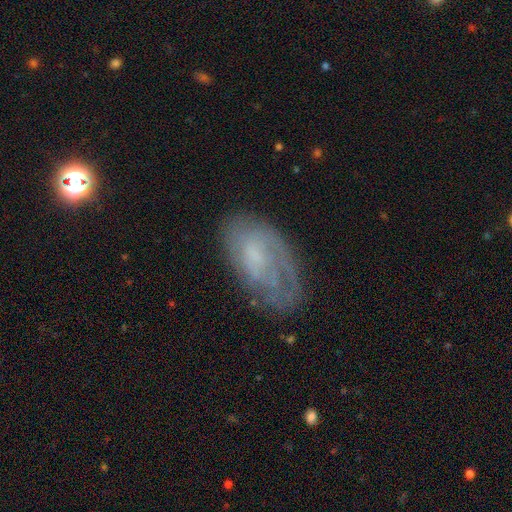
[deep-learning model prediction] Q: Smooth or featured?
A: featured or disk (55%); runner-up: smooth (37%)
Q: Edge-on disk?
A: no (94%); runner-up: yes (6%)
Q: Bar?
A: no (69%); runner-up: weak (27%)
Q: Spiral arms?
A: yes (63%); runner-up: no (37%)
Q: Bulge size?
A: small (37%); runner-up: none (31%)
Q: Merging?
A: none (58%); runner-up: minor disturbance (25%)